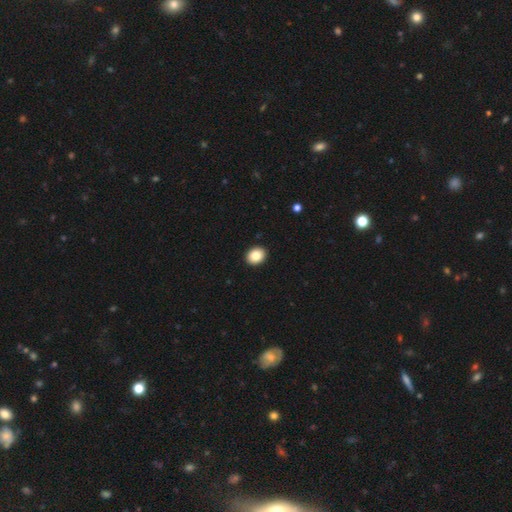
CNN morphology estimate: This is clearly a smooth galaxy (85%). How rounded: possibly round (51%). Merging: clearly none (93%).